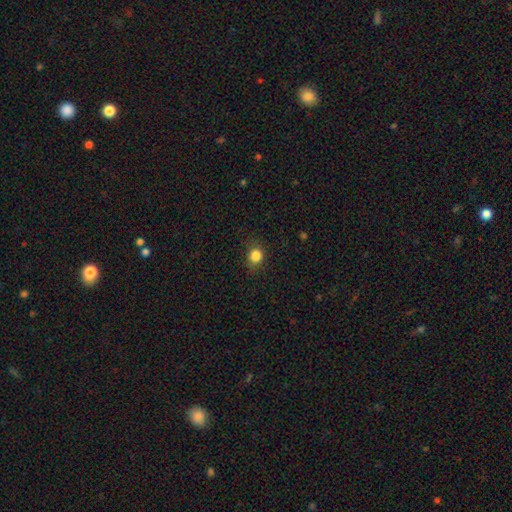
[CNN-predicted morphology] Smooth or featured? smooth (84%)
How rounded? round (70%)
Merging? none (79%)